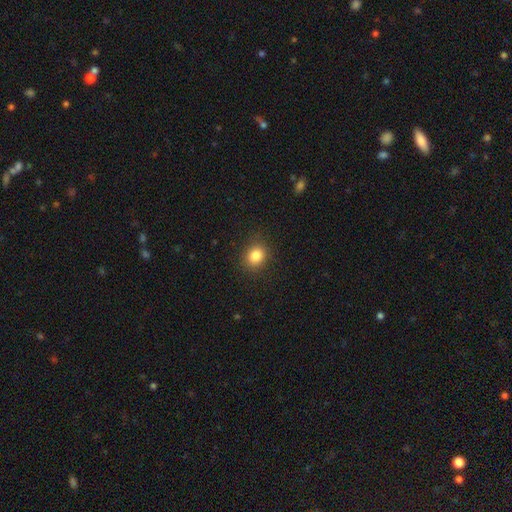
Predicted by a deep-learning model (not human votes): A smooth galaxy with no disk features (84%) that is round (67%). Merging: none (88%).